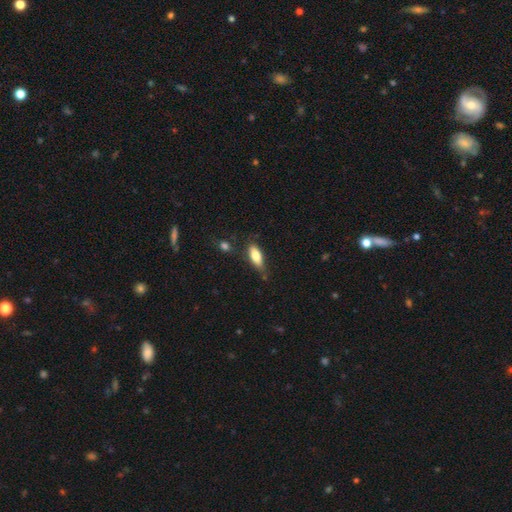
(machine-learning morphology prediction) Smooth or featured? Predicted: smooth (p=0.80). How rounded? Predicted: in between (p=0.75). Merging? Predicted: none (p=0.67).